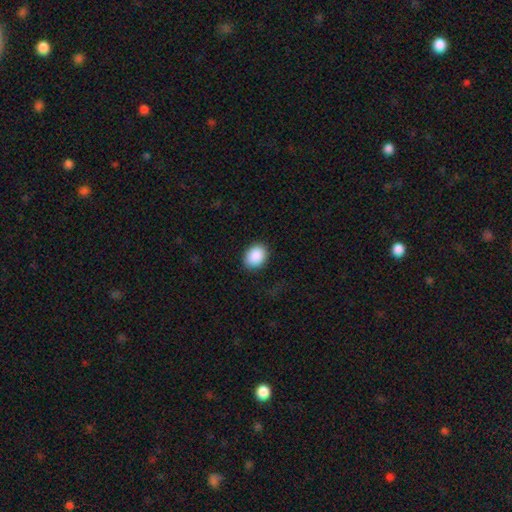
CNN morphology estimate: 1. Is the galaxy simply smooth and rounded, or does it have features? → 90% smooth, 7% star or artifact, 3% featured or disk.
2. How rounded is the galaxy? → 57% in between, 42% round, 1% cigar-shaped.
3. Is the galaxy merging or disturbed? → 84% none, 11% minor disturbance, 4% major disturbance, 1% merger.